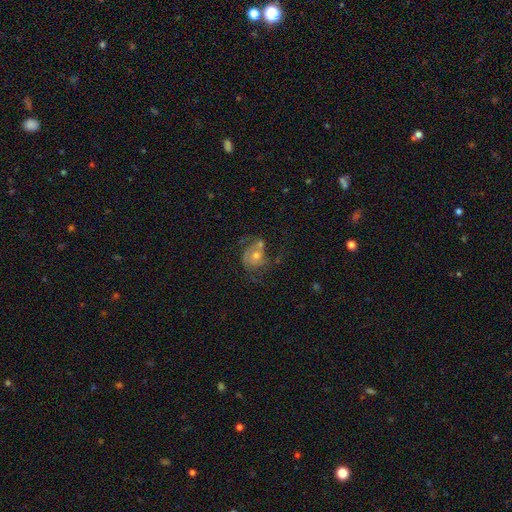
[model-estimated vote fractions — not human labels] A featured or disk galaxy (69%) with no bar (74%), 2 (51%) medium (44%) spiral arms (83%) and a moderate central bulge (60%).

Vote fractions:
- Smooth or featured? featured or disk: 69% / smooth: 20% / star or artifact: 11%
- Edge-on disk? no: 98% / yes: 2%
- Bar? no: 74% / weak: 22% / strong: 5%
- Spiral arms? yes: 83% / no: 17%
- Spiral winding? medium: 44% / tight: 34% / loose: 22%
- Spiral arm count? 2: 51% / can't tell: 21% / 1: 11% / 3: 11% / 4: 3% / more than 4: 3%
- Bulge size? moderate: 60% / small: 31% / large: 5% / none: 3% / dominant: 1%
- Merging? none: 45% / major disturbance: 23% / minor disturbance: 19% / merger: 12%